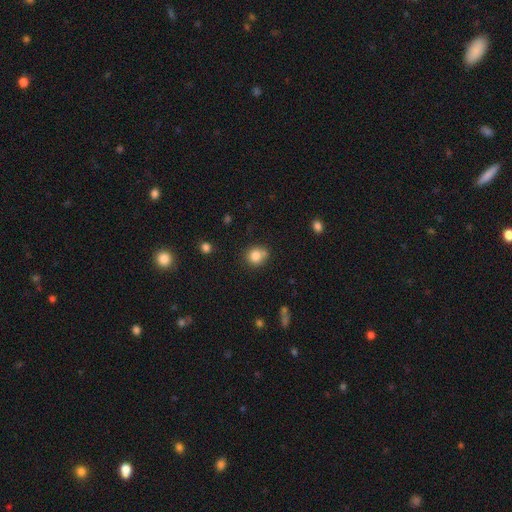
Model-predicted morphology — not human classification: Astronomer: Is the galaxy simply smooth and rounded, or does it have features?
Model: smooth — 82%.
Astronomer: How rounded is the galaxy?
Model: round — 83%.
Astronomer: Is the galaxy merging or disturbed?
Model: none — 61%.